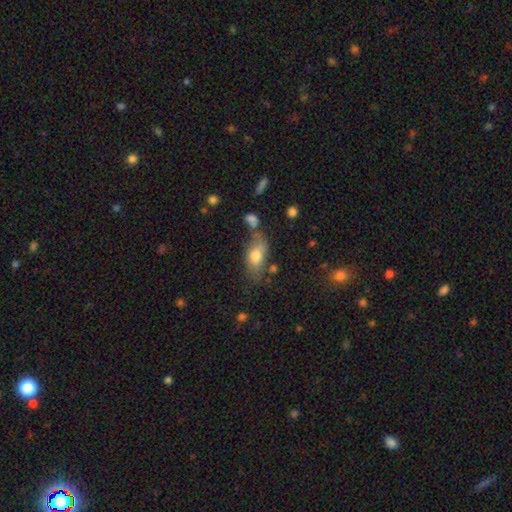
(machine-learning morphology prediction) This appears to be a smooth galaxy with no disk features (72%) that is in between round and cigar-shaped (85%). Merging: none (55%).